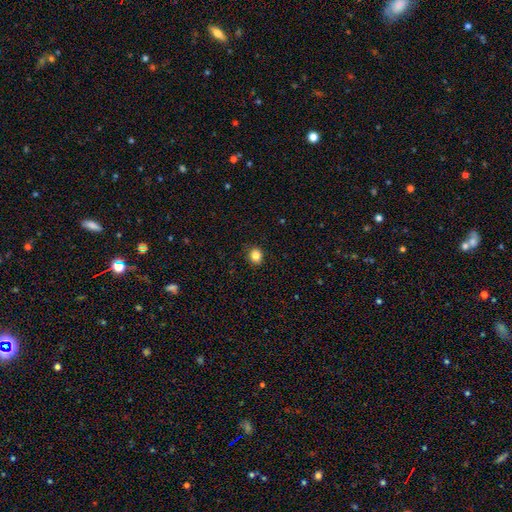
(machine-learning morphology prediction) type=smooth (84%); roundness=round (72%); merging=none (90%).